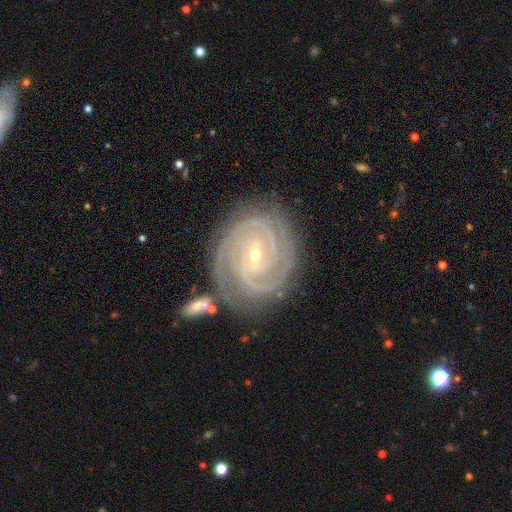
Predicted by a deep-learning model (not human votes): A featured or disk galaxy (92%) with a weak bar (40%), 2 (34%) tight (85%) spiral arms (99%) and a small central bulge (72%).

Vote fractions:
- Smooth or featured? featured or disk: 92% / star or artifact: 5% / smooth: 3%
- Edge-on disk? no: 97% / yes: 3%
- Bar? weak: 40% / no: 33% / strong: 27%
- Spiral arms? yes: 99% / no: 1%
- Spiral winding? tight: 85% / medium: 13% / loose: 2%
- Spiral arm count? 2: 34% / 3: 27% / 4: 16% / can't tell: 10% / more than 4: 7% / 1: 6%
- Bulge size? small: 72% / moderate: 26% / large: 1% / none: 1% / dominant: 1%
- Merging? none: 74% / minor disturbance: 14% / merger: 7% / major disturbance: 4%